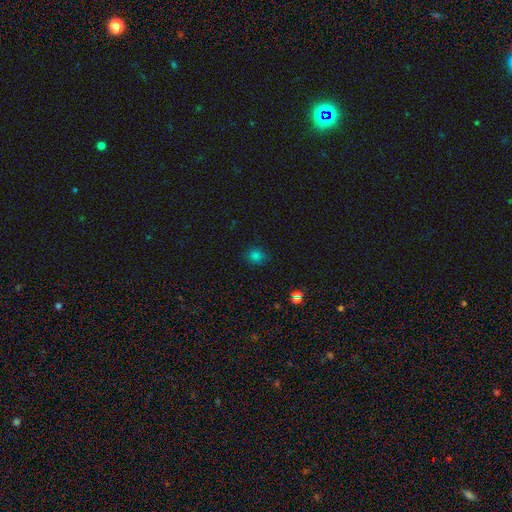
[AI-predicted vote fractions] Overall: smooth (77%). How rounded: round (77%). Merging: none (83%).